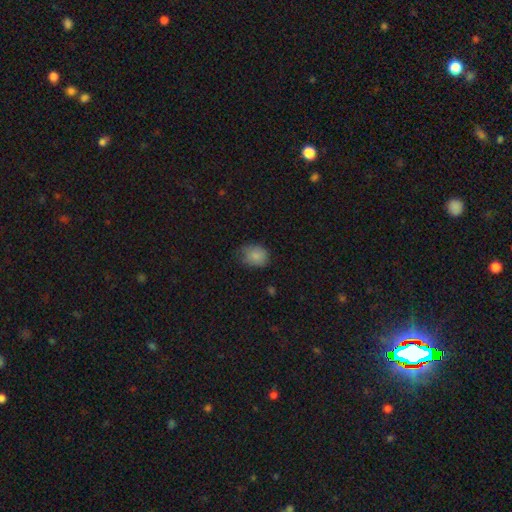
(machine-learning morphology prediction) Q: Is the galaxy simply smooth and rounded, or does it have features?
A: smooth — 83%.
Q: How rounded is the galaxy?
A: round — 55%.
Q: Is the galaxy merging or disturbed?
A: none — 60%.